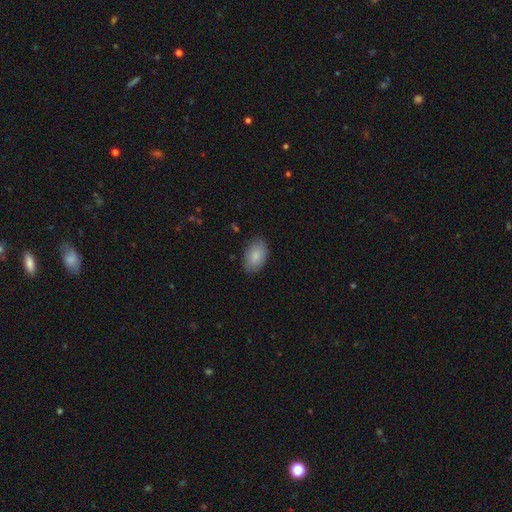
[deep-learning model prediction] This is clearly a smooth galaxy (84%). How rounded: clearly in between (92%). Merging: clearly none (83%).